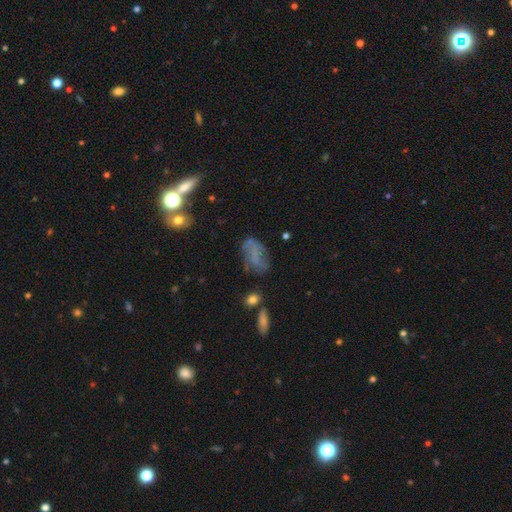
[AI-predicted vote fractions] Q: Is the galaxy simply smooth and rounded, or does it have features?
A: featured or disk — 44%.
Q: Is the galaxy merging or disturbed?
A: none — 55%.